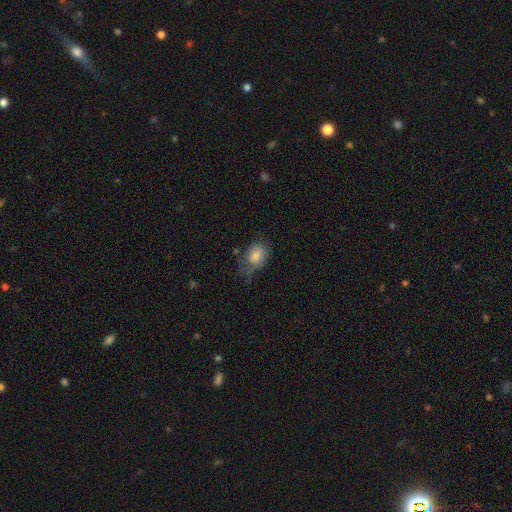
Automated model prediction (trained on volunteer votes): This is likely a smooth galaxy (79%). How rounded: likely in between (63%). Merging: possibly none (48%).